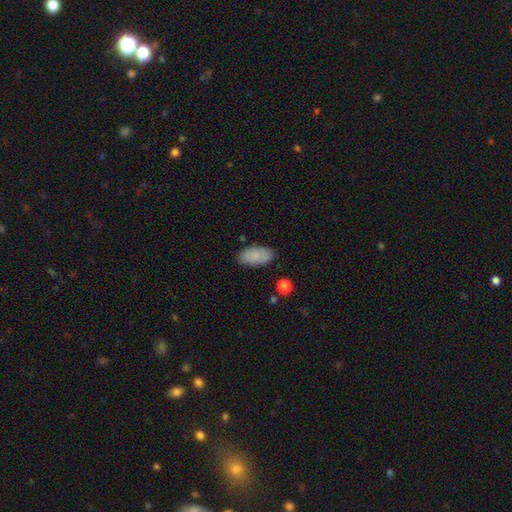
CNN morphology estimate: A smooth galaxy with no disk features (87%) that is in between round and cigar-shaped (93%). Merging: none (84%).